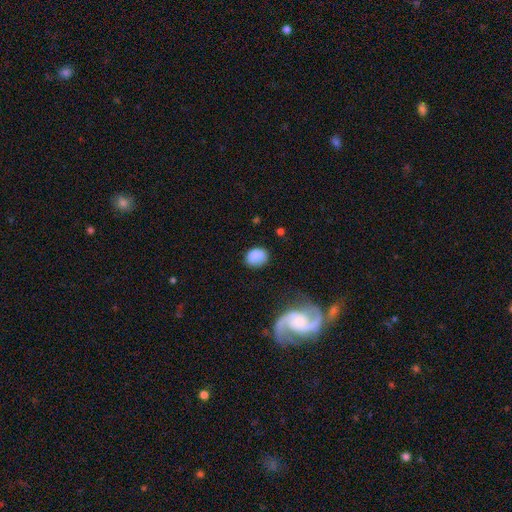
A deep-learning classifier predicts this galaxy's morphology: Overall: smooth (84%). How rounded: in between (60%; round 39%). Merging: none (70%).